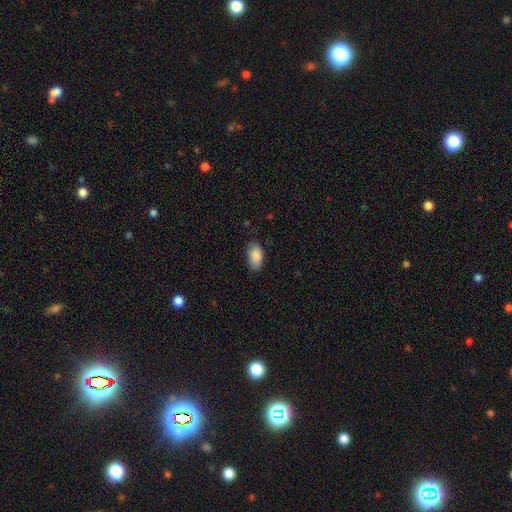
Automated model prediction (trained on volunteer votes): Morphology: type=smooth (89%); roundness=in between (93%); merging=none (78%).